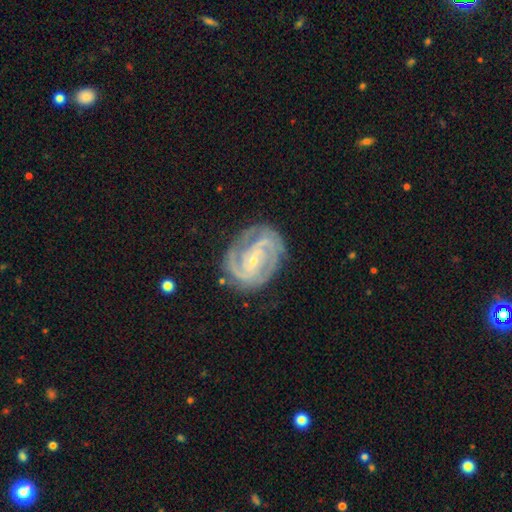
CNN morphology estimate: A featured or disk galaxy (88%) with a weak bar (40%), 2 (61%) tight (51%) spiral arms (97%) and a small central bulge (75%). Merging: none (76%).